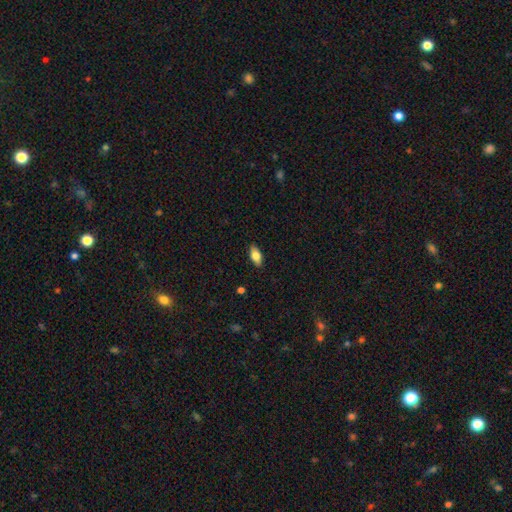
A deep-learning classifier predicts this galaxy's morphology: A smooth galaxy with no disk features (77%) that is in between round and cigar-shaped (87%). Merging: none (88%).